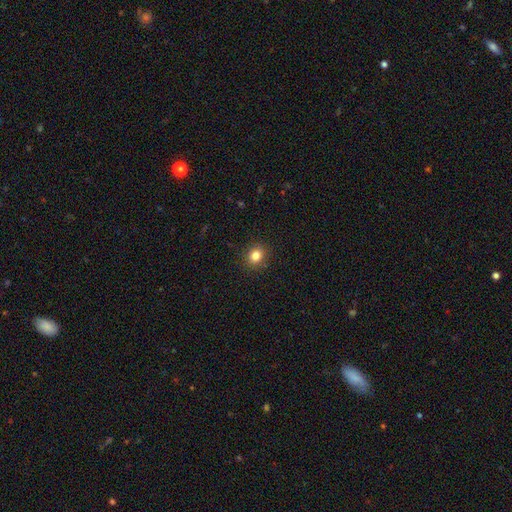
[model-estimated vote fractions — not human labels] This is clearly a smooth galaxy (83%). How rounded: likely round (68%). Merging: clearly none (90%).